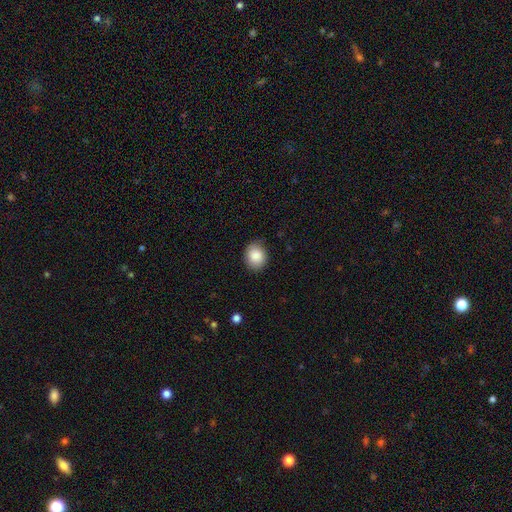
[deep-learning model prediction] A smooth galaxy with no disk features (86%) that is round (53%). Merging: none (84%).